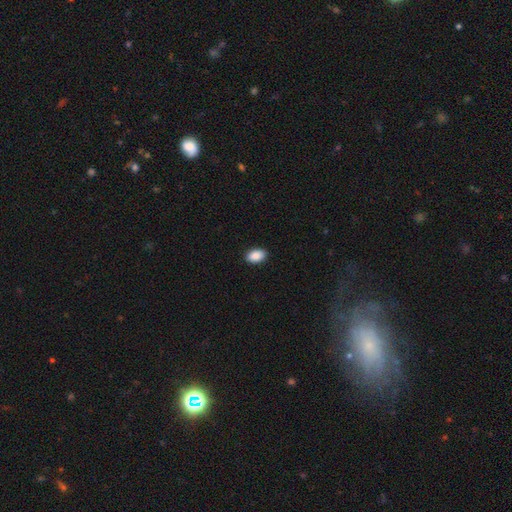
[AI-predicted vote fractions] A smooth galaxy with no disk features (90%) that is in between round and cigar-shaped (91%).

Vote fractions:
- Smooth or featured? smooth: 90% / star or artifact: 7% / featured or disk: 3%
- How rounded? in between: 91% / round: 7% / cigar-shaped: 1%
- Merging? none: 90% / minor disturbance: 7% / major disturbance: 2% / merger: 1%